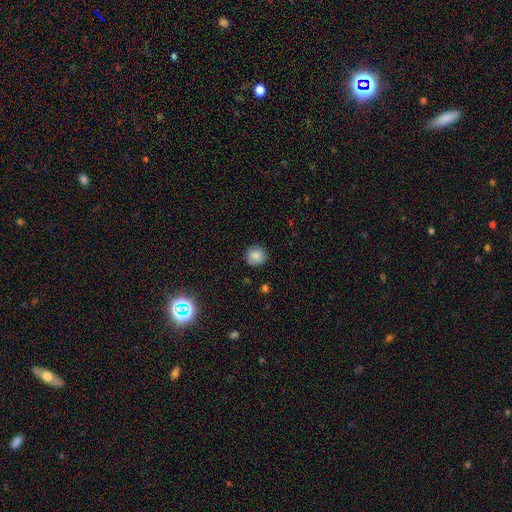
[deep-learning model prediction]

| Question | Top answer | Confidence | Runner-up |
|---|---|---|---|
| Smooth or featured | smooth | 85% | star or artifact (10%) |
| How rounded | round | 93% | in between (6%) |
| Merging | none | 89% | minor disturbance (8%) |